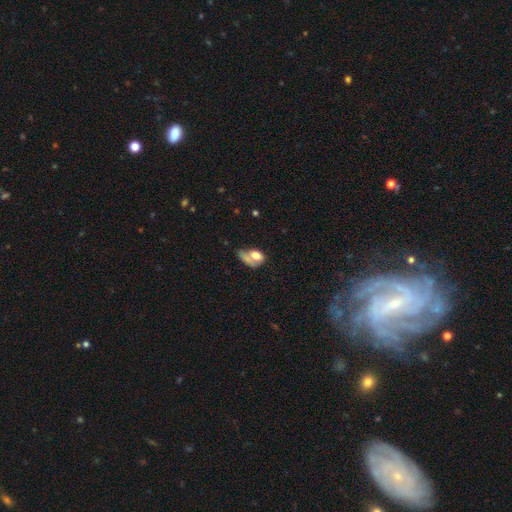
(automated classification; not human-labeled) smooth-or-featured: smooth: 63% | featured or disk: 27% | star or artifact: 10%
  how-rounded: in between: 74% | round: 21% | cigar-shaped: 5%
  merging: merger: 30% | major disturbance: 29% | none: 23% | minor disturbance: 17%